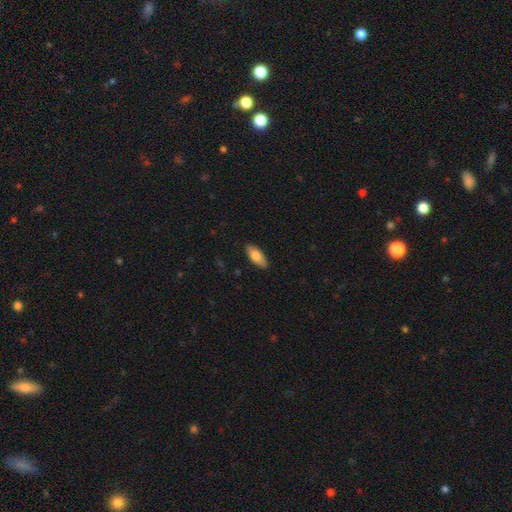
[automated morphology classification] A smooth galaxy with no disk features (79%) that is in between round and cigar-shaped (85%). Merging: none (88%).